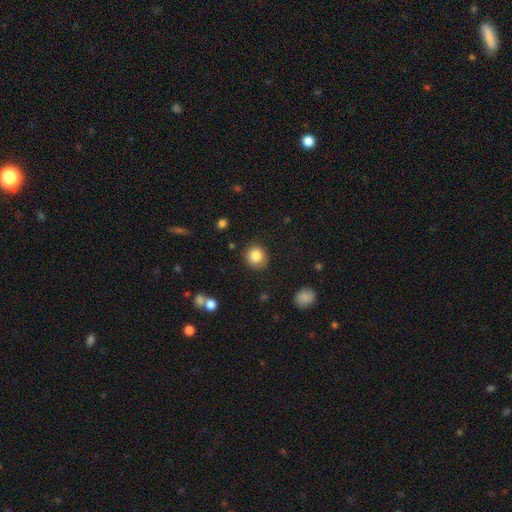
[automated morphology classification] smooth_or_featured: smooth (p=0.86) [alt: star or artifact p=0.09]
how_rounded: round (p=0.87) [alt: in between p=0.12]
merging: none (p=0.82) [alt: minor disturbance p=0.13]